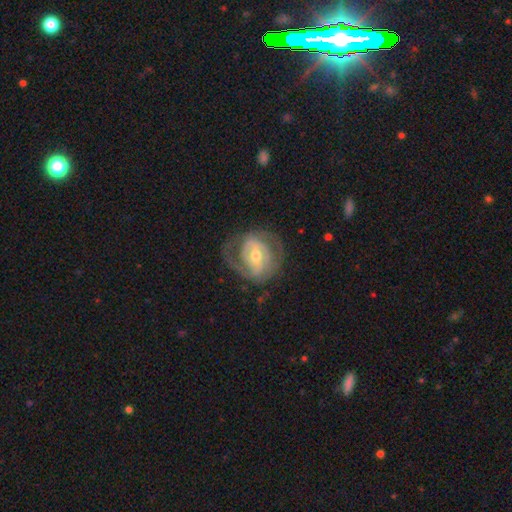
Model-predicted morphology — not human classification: This appears to be a featured or disk galaxy (84%) with a weak bar (44%), 2 (61%) tight (49%) spiral arms (90%) and a moderate central bulge (67%). Merging: none (66%).